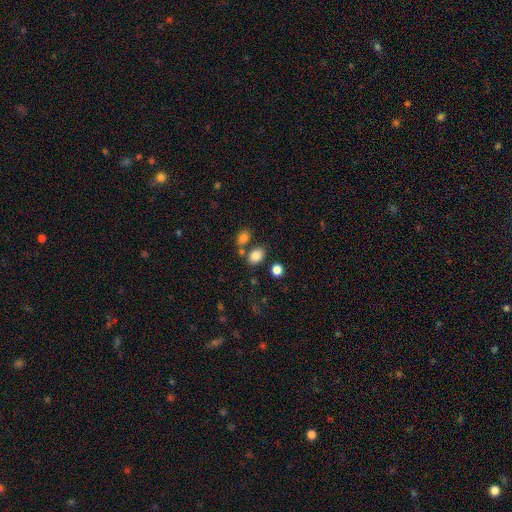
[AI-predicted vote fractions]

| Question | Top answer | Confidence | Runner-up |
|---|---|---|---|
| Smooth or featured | smooth | 83% | star or artifact (11%) |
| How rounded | in between | 67% | round (32%) |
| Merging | none | 66% | merger (19%) |